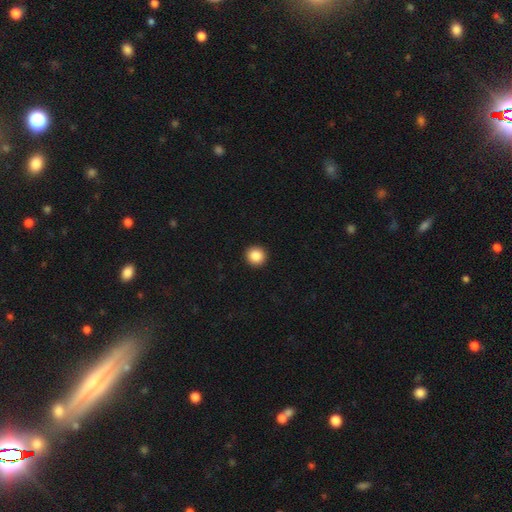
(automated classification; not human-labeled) Smooth or featured?
  - smooth: 87% *
  - star or artifact: 9%
  - featured or disk: 4%
How rounded?
  - round: 95% *
  - in between: 4%
  - cigar-shaped: 1%
Merging?
  - none: 94% *
  - minor disturbance: 4%
  - major disturbance: 1%
  - merger: 1%